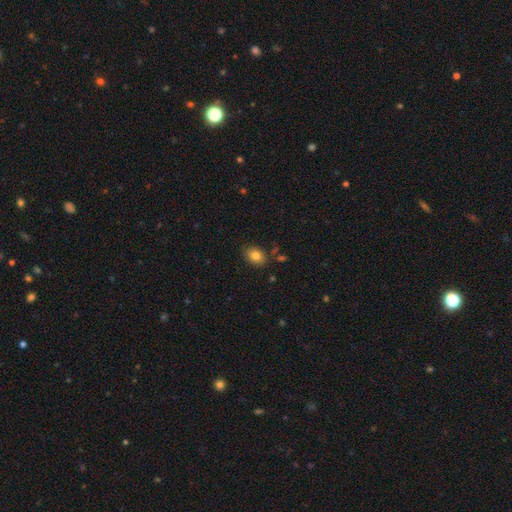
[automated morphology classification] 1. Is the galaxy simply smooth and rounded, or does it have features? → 81% smooth, 10% star or artifact, 9% featured or disk.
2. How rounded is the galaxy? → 68% in between, 31% round, 1% cigar-shaped.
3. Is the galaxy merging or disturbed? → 82% none, 12% minor disturbance, 3% merger, 3% major disturbance.